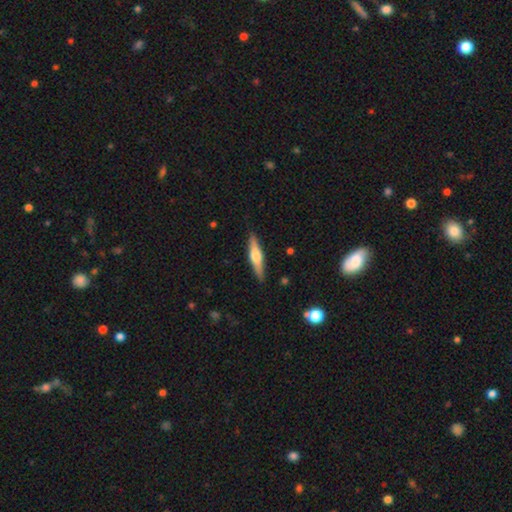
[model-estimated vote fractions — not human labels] featured or disk 60%, smooth 35%, star or artifact 6%. Down the decision tree: edge-on disk — yes (96%); edge-on bulge — rounded (91%); merging — none (90%).